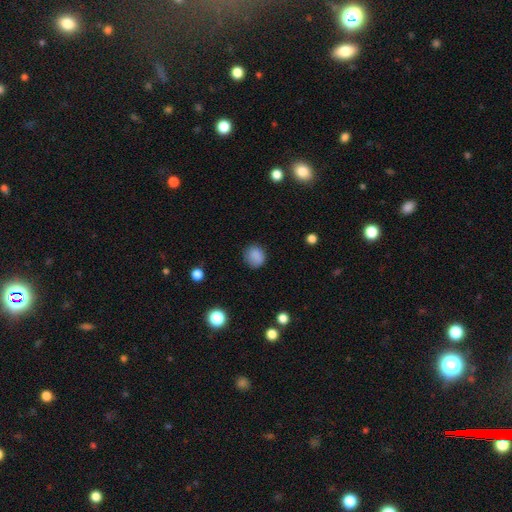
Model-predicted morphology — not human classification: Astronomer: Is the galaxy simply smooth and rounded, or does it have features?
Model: smooth — 86%.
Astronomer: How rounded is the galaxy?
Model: round — 83%.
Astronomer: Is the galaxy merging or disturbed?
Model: none — 82%.